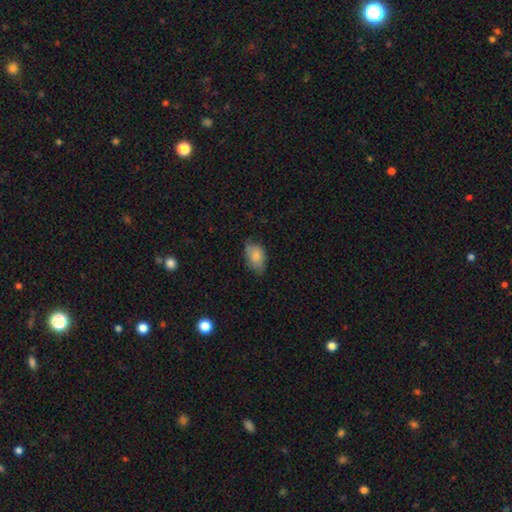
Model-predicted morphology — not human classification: type=smooth (78%); roundness=in between (90%); merging=none (58%).